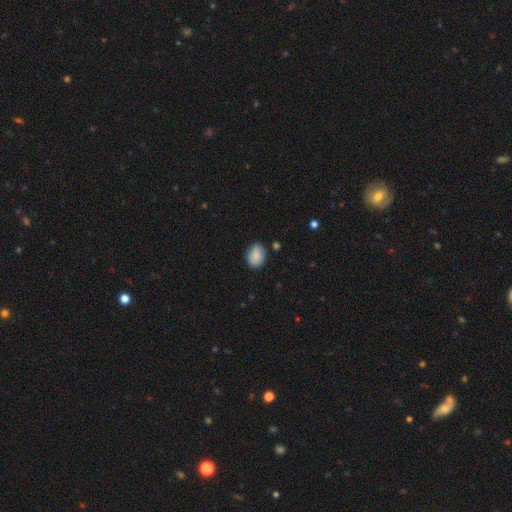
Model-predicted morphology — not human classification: Smooth or featured: smooth — 87% (star or artifact — 7%)
How rounded: in between — 72% (round — 27%)
Merging: none — 81% (minor disturbance — 14%)